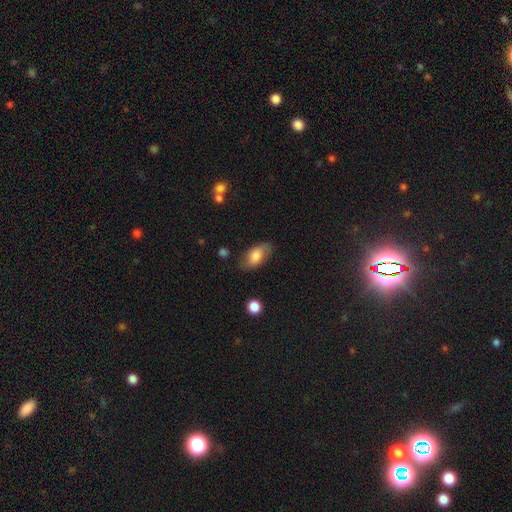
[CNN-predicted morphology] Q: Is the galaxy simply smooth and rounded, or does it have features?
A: smooth — 70%.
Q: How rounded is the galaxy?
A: in between — 91%.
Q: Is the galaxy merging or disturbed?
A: none — 73%.